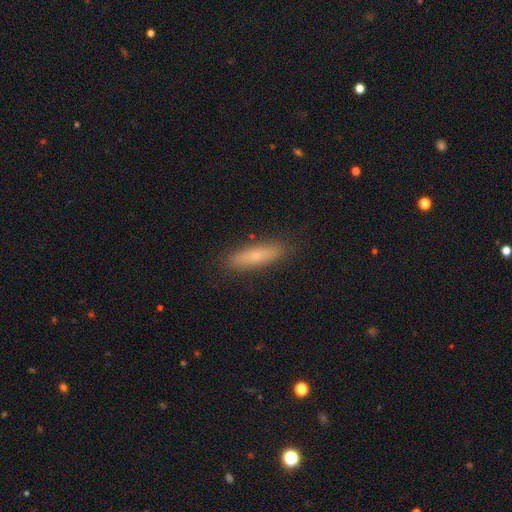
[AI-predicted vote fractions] Smooth or featured? smooth (70%)
How rounded? cigar-shaped (76%)
Merging? none (89%)